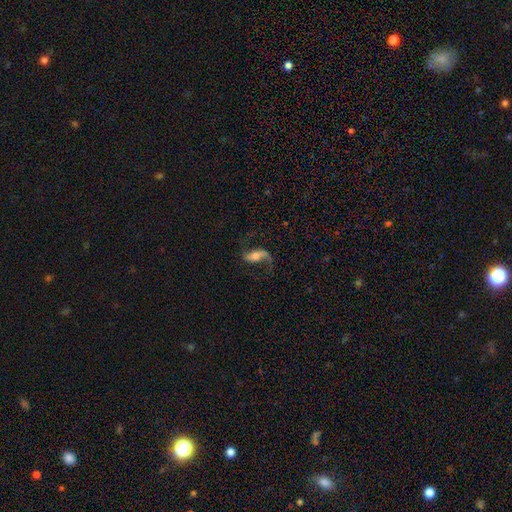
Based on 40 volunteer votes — smooth_or_featured: featured or disk (p=0.75) [alt: smooth p=0.20]
disk_edge_on: no (p=0.83) [alt: yes p=0.17]
bar: weak (p=0.64) [alt: no p=0.20]
has_spiral_arms: yes (p=0.92) [alt: no p=0.08]
spiral_winding: loose (p=0.78) [alt: medium p=0.22]
spiral_arm_count: 2 (p=0.96) [alt: 1 p=0.04]
bulge_size: moderate (p=0.60) [alt: small p=0.32]
merging: none (p=0.68) [alt: minor disturbance p=0.18]